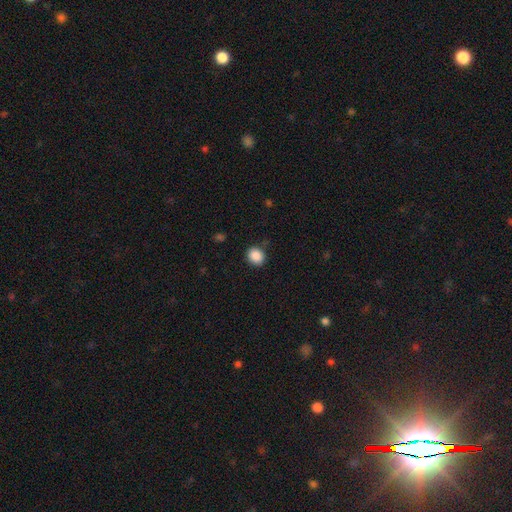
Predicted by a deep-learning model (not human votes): A smooth galaxy with no disk features (88%) that is round (69%).

Vote fractions:
- Smooth or featured? smooth: 88% / star or artifact: 9% / featured or disk: 3%
- How rounded? round: 69% / in between: 30% / cigar-shaped: 1%
- Merging? none: 86% / minor disturbance: 10% / major disturbance: 3% / merger: 1%